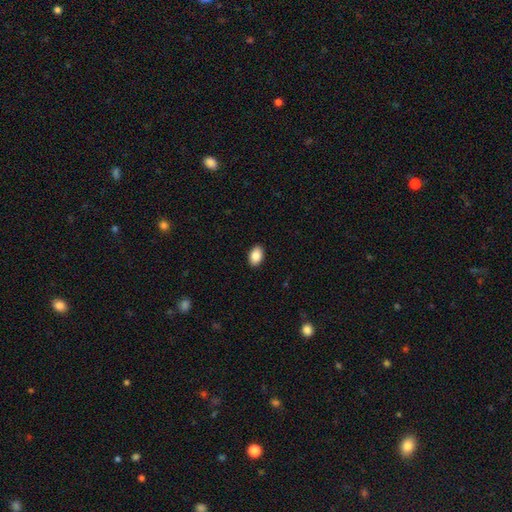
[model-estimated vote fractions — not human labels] Overall: smooth (88%). How rounded: in between (89%). Merging: none (90%).